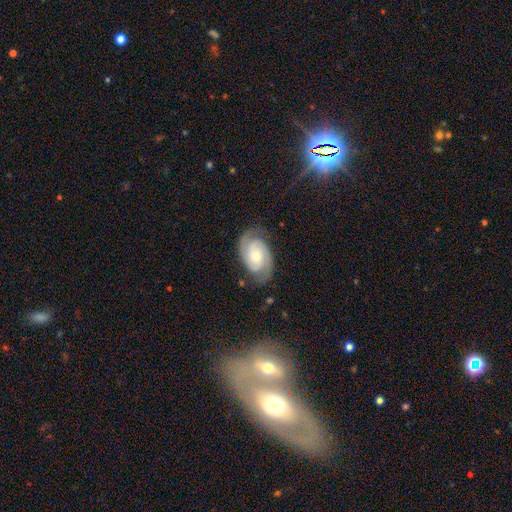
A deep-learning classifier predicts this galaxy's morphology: smooth_or_featured: featured or disk (p=0.80) [alt: smooth p=0.15]
disk_edge_on: no (p=0.97) [alt: yes p=0.03]
bar: no (p=0.57) [alt: weak p=0.34]
has_spiral_arms: yes (p=0.96) [alt: no p=0.04]
spiral_winding: tight (p=0.48) [alt: medium p=0.41]
spiral_arm_count: 2 (p=0.86) [alt: can't tell p=0.07]
bulge_size: moderate (p=0.46) [tied with: small p=0.46]
merging: none (p=0.75) [alt: minor disturbance p=0.17]